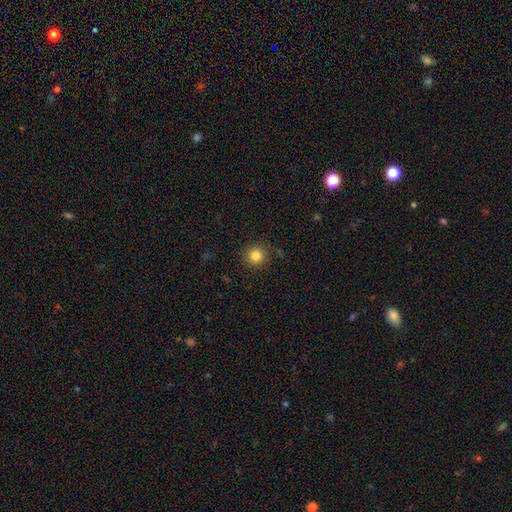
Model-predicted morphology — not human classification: This is clearly a smooth galaxy (83%). How rounded: clearly round (94%). Merging: clearly none (88%).